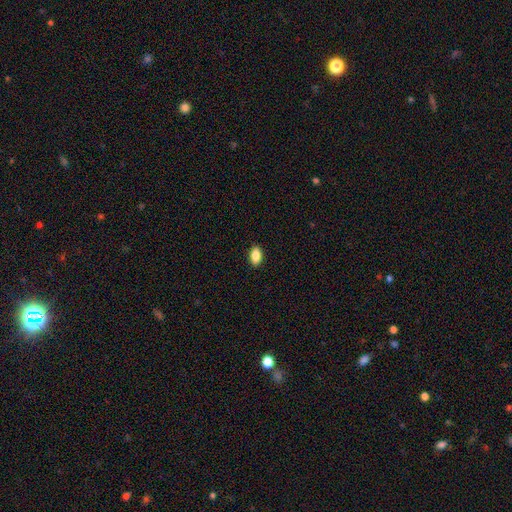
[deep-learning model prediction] The model was most divided on "smooth or featured": smooth: 86%, star or artifact: 7%, featured or disk: 6%. More confident: how rounded — in between (91%); merging — none (90%).